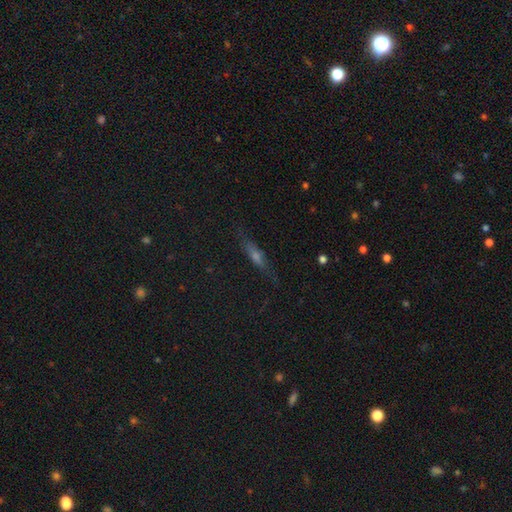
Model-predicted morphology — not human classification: Smooth or featured? featured or disk (47%)
Merging? none (78%)